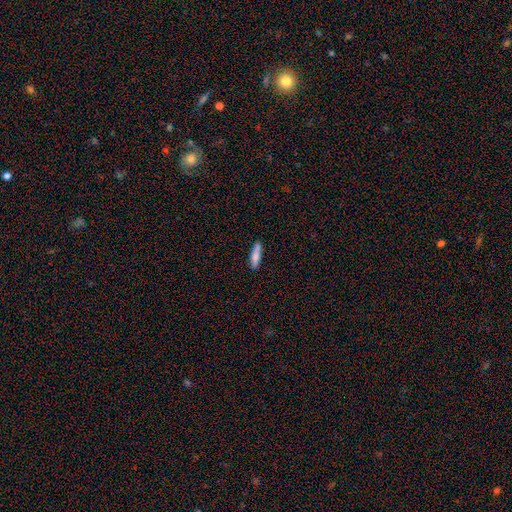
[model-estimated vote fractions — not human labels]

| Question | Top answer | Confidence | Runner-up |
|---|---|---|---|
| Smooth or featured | smooth | 77% | featured or disk (17%) |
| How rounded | cigar-shaped | 77% | in between (22%) |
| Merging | none | 81% | minor disturbance (14%) |